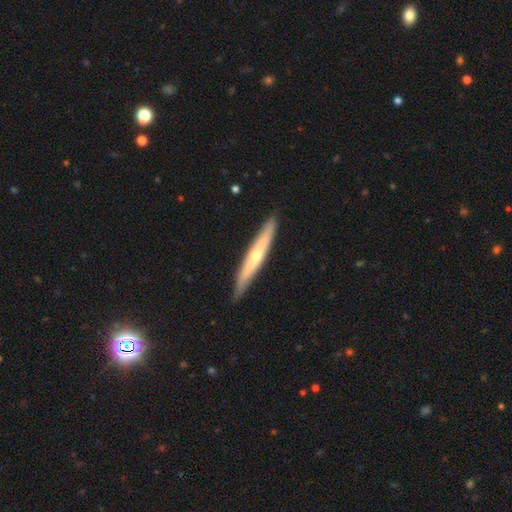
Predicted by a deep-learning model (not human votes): Smooth or featured: featured or disk — 60% (smooth — 32%)
Edge-on disk: yes — 92% (no — 8%)
Edge-on bulge: rounded — 69% (none — 28%)
Merging: none — 89% (minor disturbance — 8%)